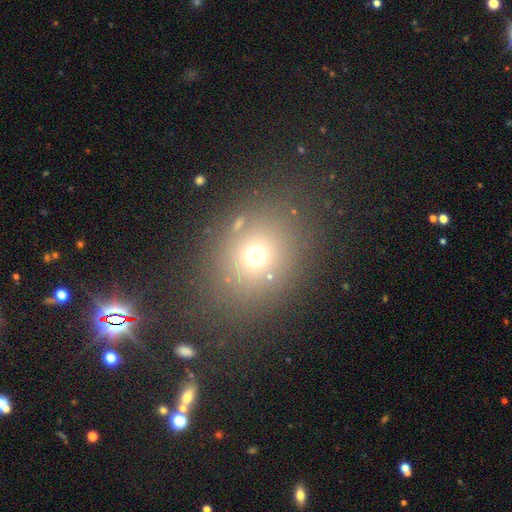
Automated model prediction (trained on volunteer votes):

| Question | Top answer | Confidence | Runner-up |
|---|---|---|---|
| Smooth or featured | smooth | 66% | star or artifact (23%) |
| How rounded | round | 69% | in between (30%) |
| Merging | none | 77% | minor disturbance (10%) |